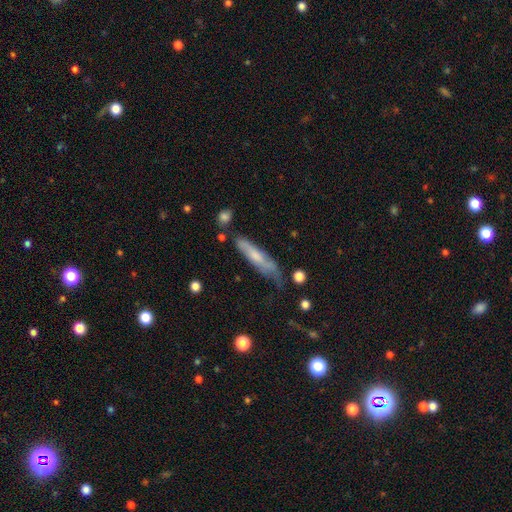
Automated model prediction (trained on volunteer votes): Smooth or featured: smooth — 55% (featured or disk — 38%)
How rounded: cigar-shaped — 79% (in between — 19%)
Merging: none — 46% (minor disturbance — 33%)